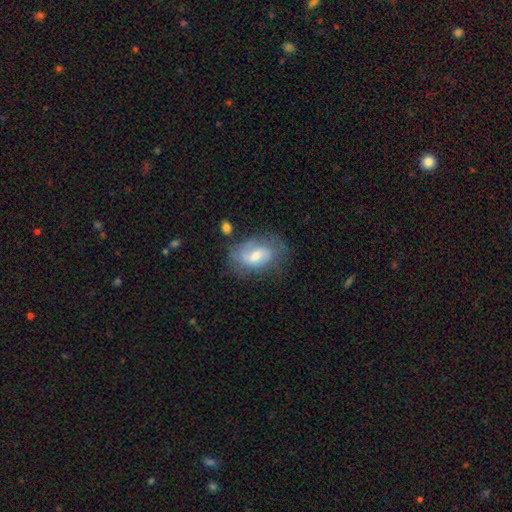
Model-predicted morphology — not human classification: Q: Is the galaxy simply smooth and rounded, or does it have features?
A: smooth — 48%.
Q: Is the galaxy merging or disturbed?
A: none — 54%.